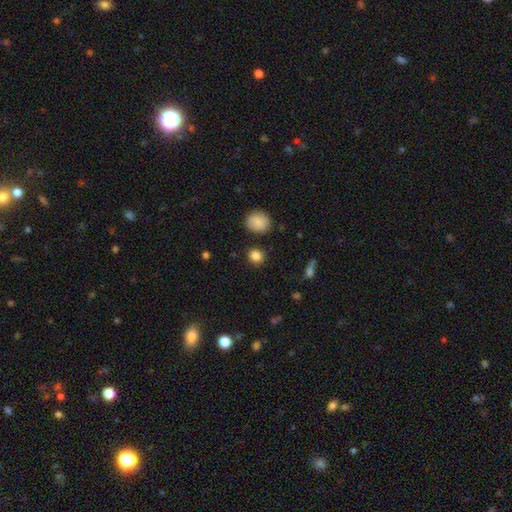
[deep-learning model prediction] A smooth galaxy with no disk features (85%) that is round (84%). Merging: none (86%).